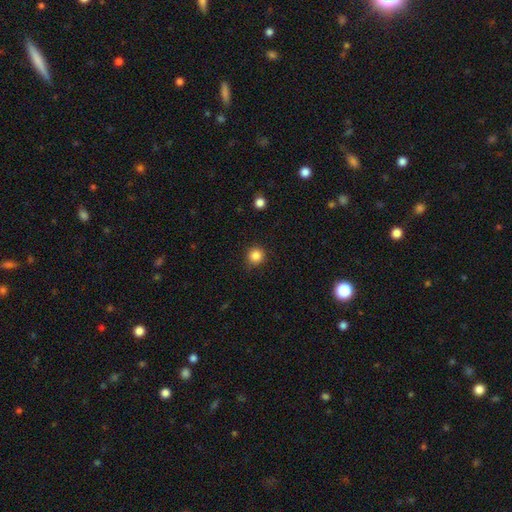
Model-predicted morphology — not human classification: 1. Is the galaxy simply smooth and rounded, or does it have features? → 85% smooth, 11% star or artifact, 3% featured or disk.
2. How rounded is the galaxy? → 95% round, 4% in between, 1% cigar-shaped.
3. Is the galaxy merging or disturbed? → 89% none, 8% minor disturbance, 2% major disturbance, 1% merger.